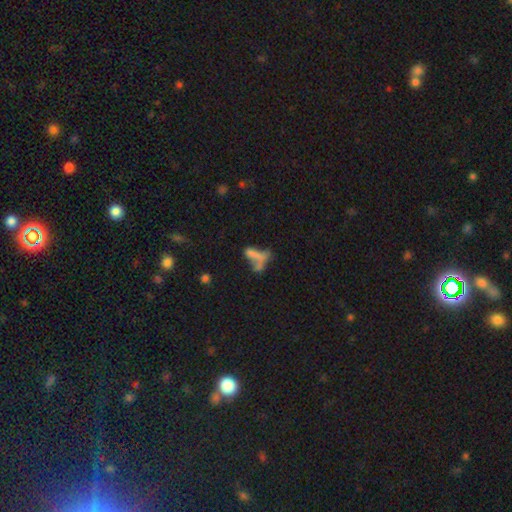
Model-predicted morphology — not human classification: This is possibly a smooth galaxy (55%). How rounded: possibly in between (51%). Merging: marginally merger (42%).